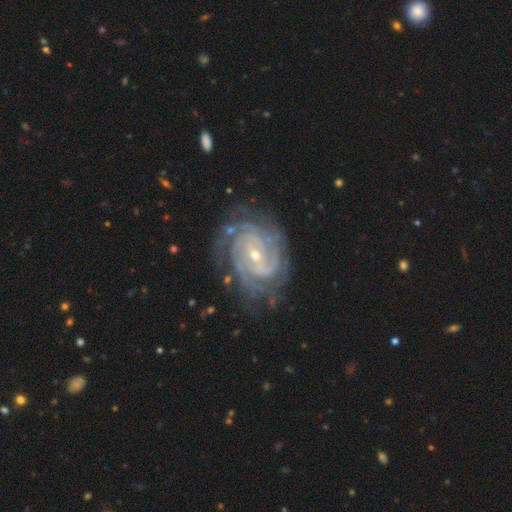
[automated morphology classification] smooth-or-featured: featured or disk: 92% | star or artifact: 5% | smooth: 4%
  disk-edge-on: no: 97% | yes: 3%
    bar: no: 42% | weak: 40% | strong: 18%
    has-spiral-arms: yes: 98% | no: 2%
      spiral-winding: tight: 76% | medium: 22% | loose: 3%
      spiral-arm-count: 3: 23% | 4: 21% | 2: 20% | can't tell: 20% | more than 4: 9% | 1: 7%
    bulge-size: small: 65% | moderate: 32% | large: 1% | none: 1% | dominant: 1%
  merging: none: 74% | minor disturbance: 18% | major disturbance: 7% | merger: 1%